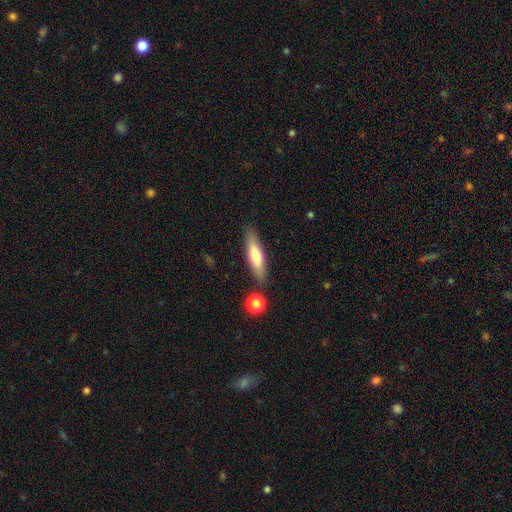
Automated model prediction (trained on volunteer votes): Smooth or featured? Predicted: smooth (p=0.66). How rounded? Predicted: cigar-shaped (p=0.73). Merging? Predicted: none (p=0.82).